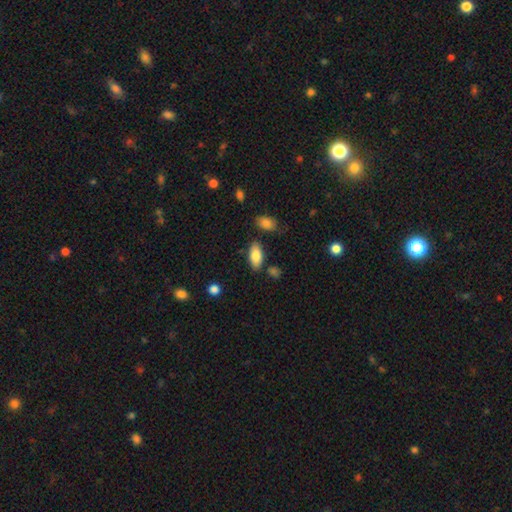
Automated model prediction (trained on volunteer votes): Smooth or featured?
  - smooth: 84% *
  - featured or disk: 9%
  - star or artifact: 7%
How rounded?
  - in between: 91% *
  - cigar-shaped: 6%
  - round: 3%
Merging?
  - none: 81% *
  - minor disturbance: 12%
  - merger: 4%
  - major disturbance: 3%